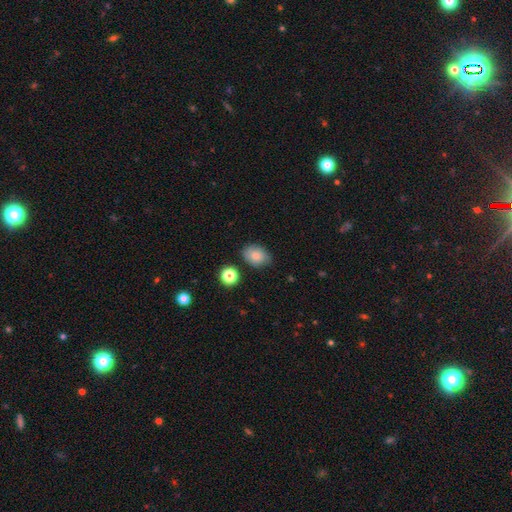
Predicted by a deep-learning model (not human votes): Morphology: type=smooth (77%); roundness=in between (67%); merging=none (75%).